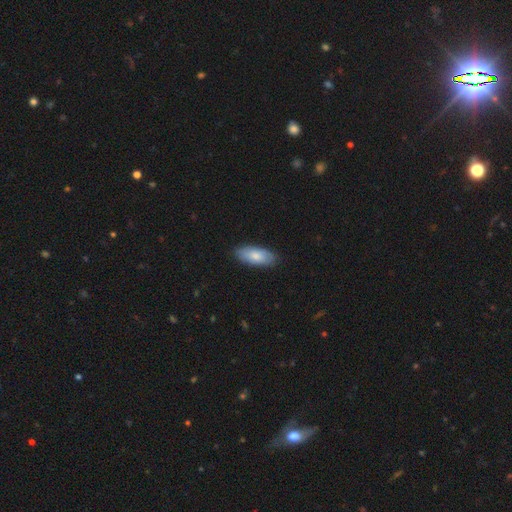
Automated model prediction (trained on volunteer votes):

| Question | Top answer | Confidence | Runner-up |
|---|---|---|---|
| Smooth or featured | smooth | 76% | featured or disk (19%) |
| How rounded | in between | 86% | cigar-shaped (12%) |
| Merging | none | 85% | minor disturbance (12%) |